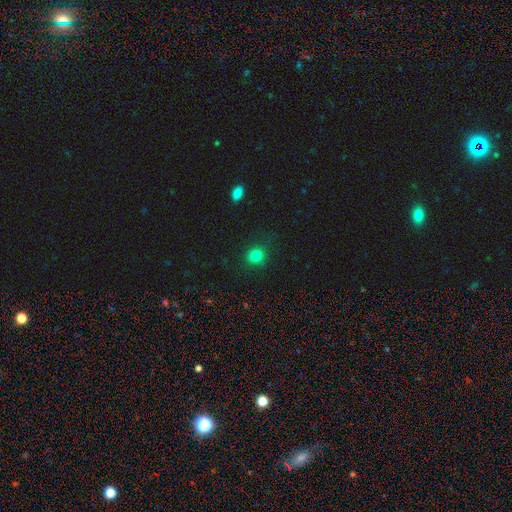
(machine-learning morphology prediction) This is clearly a smooth galaxy (81%). How rounded: clearly round (86%). Merging: clearly none (87%).